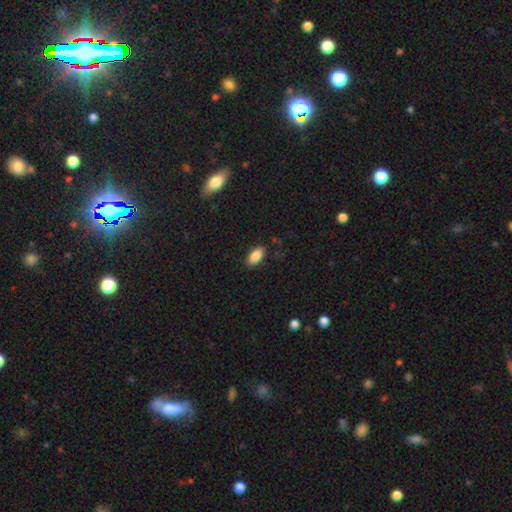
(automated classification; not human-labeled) This appears to be a smooth galaxy with no disk features (87%) that is in between round and cigar-shaped (91%). Merging: none (86%).